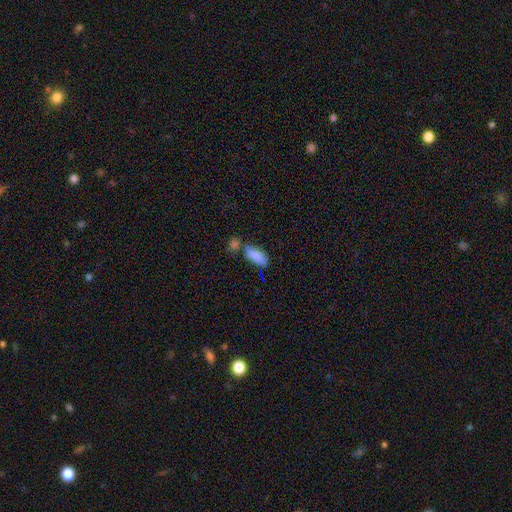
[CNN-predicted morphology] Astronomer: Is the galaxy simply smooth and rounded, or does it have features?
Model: smooth — 86%.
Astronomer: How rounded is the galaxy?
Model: in between — 87%.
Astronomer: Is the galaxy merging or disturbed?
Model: none — 54%.